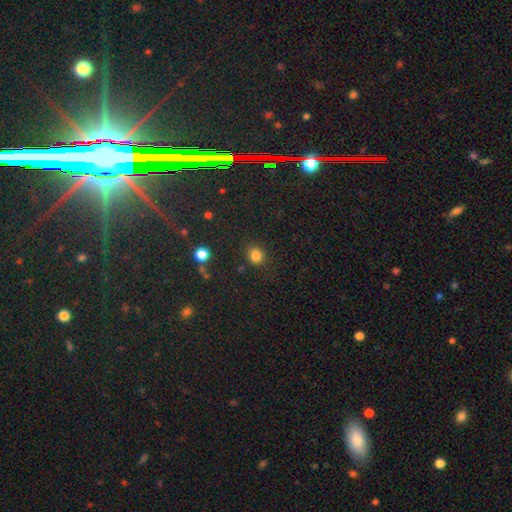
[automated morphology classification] smooth_or_featured: smooth (p=0.82) [alt: star or artifact p=0.13]
how_rounded: round (p=0.81) [alt: in between p=0.18]
merging: none (p=0.83) [alt: minor disturbance p=0.11]